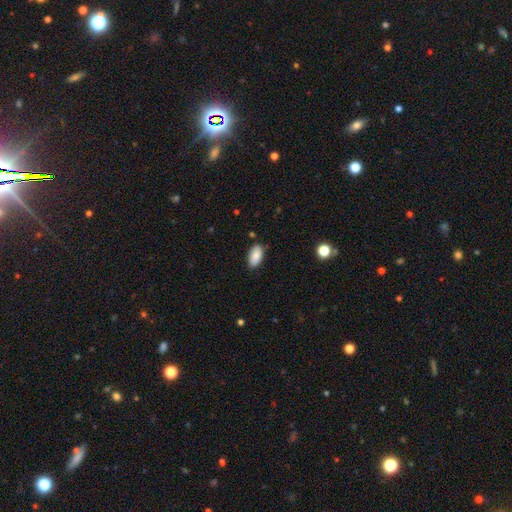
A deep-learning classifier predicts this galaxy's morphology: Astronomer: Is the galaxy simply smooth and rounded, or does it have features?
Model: smooth — 87%.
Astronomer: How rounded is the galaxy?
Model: in between — 94%.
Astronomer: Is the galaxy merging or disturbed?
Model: none — 84%.